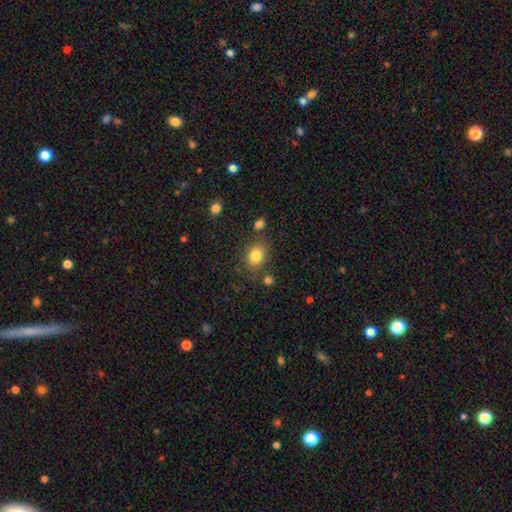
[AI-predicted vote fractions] This appears to be a smooth galaxy with no disk features (82%) that is in between round and cigar-shaped (60%). Merging: none (73%).